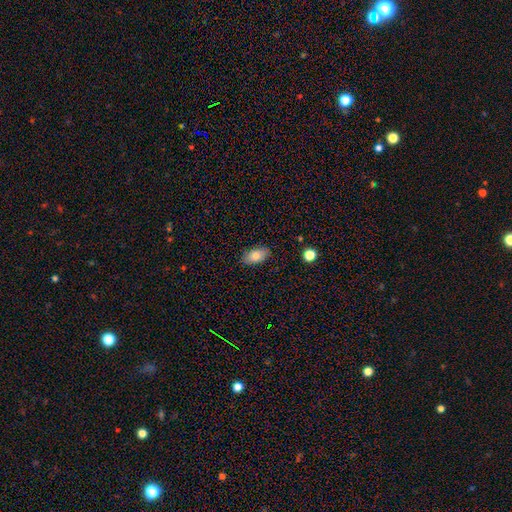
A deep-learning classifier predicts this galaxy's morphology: This is clearly a smooth galaxy (81%). How rounded: clearly in between (92%). Merging: clearly none (87%).